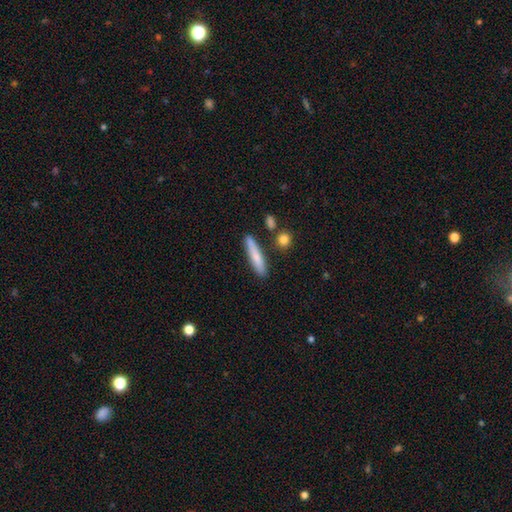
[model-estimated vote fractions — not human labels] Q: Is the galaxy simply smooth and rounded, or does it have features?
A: smooth — 74%.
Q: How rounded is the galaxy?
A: cigar-shaped — 89%.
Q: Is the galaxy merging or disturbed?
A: none — 82%.